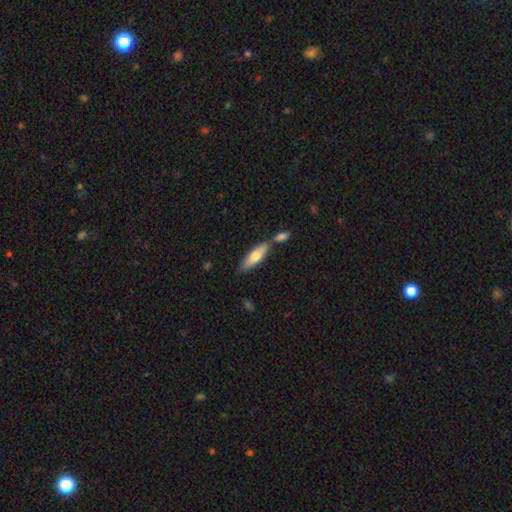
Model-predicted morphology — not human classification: smooth 67%, featured or disk 27%, star or artifact 5%. Down the decision tree: how rounded — cigar-shaped (52%); merging — none (61%).